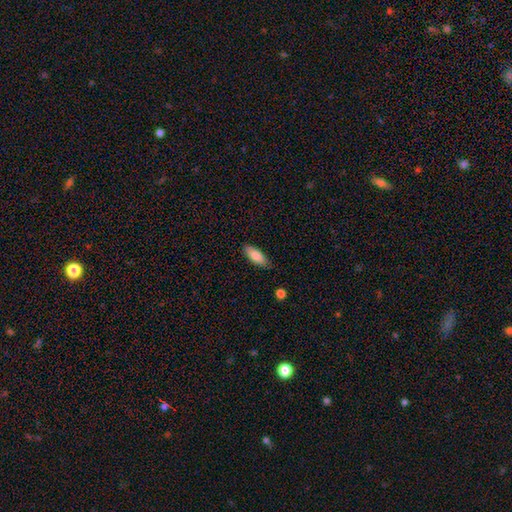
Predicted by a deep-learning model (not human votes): smooth_or_featured: smooth (p=0.85) [alt: featured or disk p=0.09]
how_rounded: in between (p=0.73) [alt: cigar-shaped p=0.25]
merging: none (p=0.82) [alt: minor disturbance p=0.14]